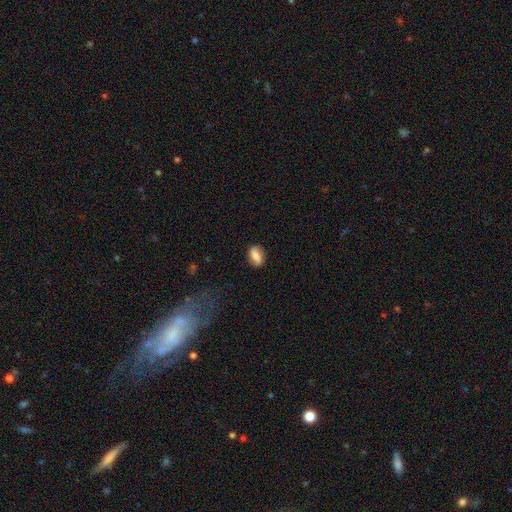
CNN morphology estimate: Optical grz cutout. It shows a smooth galaxy with no disk features (56%) that is in between round and cigar-shaped (78%). Merging: none (82%).